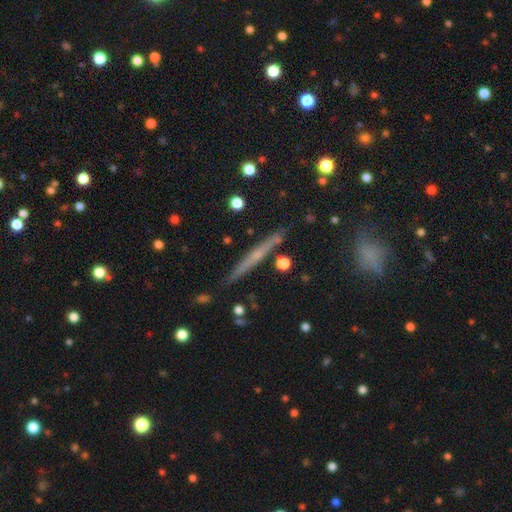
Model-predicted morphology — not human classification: Smooth or featured?
  - featured or disk: 61% *
  - smooth: 31%
  - star or artifact: 8%
Edge-on disk?
  - yes: 97% *
  - no: 3%
Edge-on bulge?
  - none: 48% *
  - rounded: 46%
  - boxy: 6%
Merging?
  - none: 87% *
  - minor disturbance: 9%
  - merger: 2%
  - major disturbance: 2%